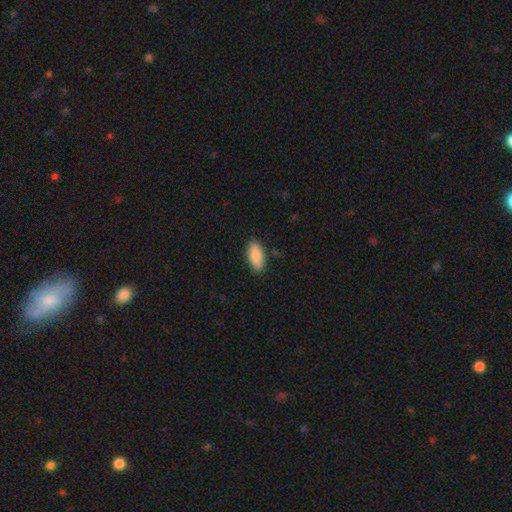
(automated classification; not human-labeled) Overall: smooth (86%). How rounded: in between (80%). Merging: none (86%).